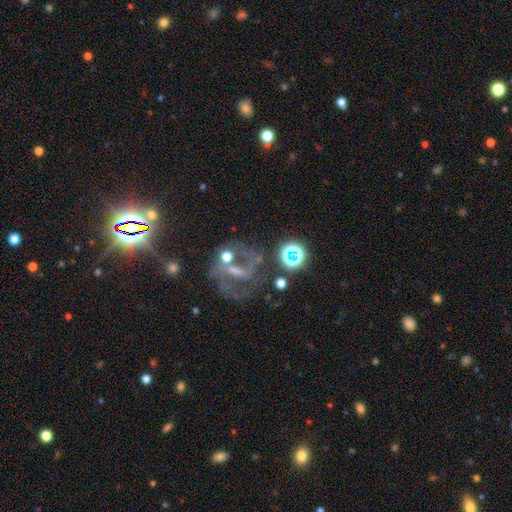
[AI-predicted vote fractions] Smooth or featured?
  - featured or disk: 65% *
  - star or artifact: 24%
  - smooth: 11%
Edge-on disk?
  - no: 95% *
  - yes: 5%
Bar?
  - strong: 42% *
  - weak: 39%
  - no: 19%
Spiral arms?
  - yes: 83% *
  - no: 17%
Spiral winding?
  - medium: 50% *
  - loose: 29%
  - tight: 21%
Spiral arm count?
  - 2: 79% *
  - can't tell: 10%
  - 1: 5%
  - 3: 3%
  - 4: 2%
  - more than 4: 2%
Bulge size?
  - small: 47% *
  - moderate: 30%
  - none: 18%
  - large: 4%
  - dominant: 2%
Merging?
  - none: 53% *
  - major disturbance: 17%
  - minor disturbance: 15%
  - merger: 14%